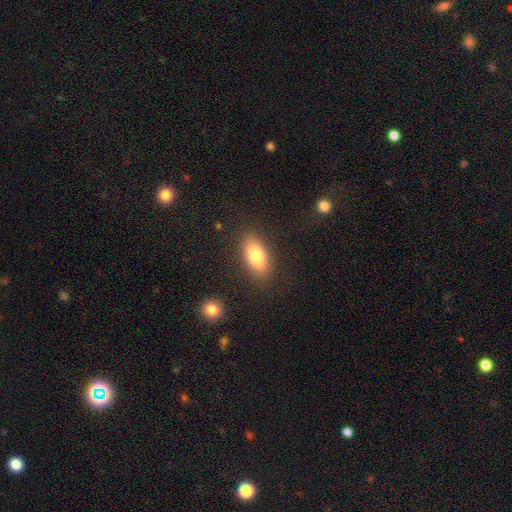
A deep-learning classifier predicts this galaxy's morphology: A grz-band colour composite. It shows a smooth galaxy with no disk features (79%) that is in between round and cigar-shaped (85%). Merging: none (85%).